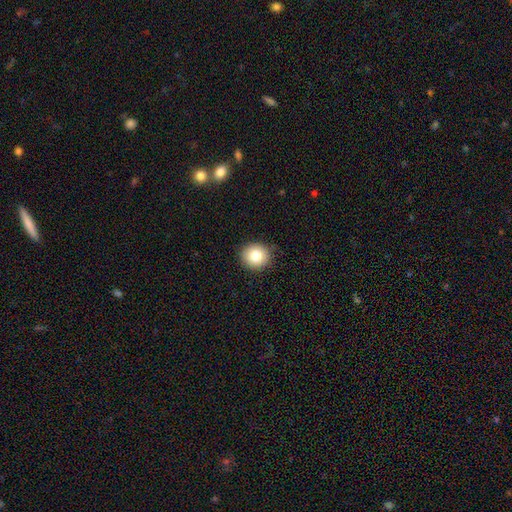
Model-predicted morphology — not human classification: A smooth galaxy with no disk features (81%) that is round (87%). Merging: none (88%).